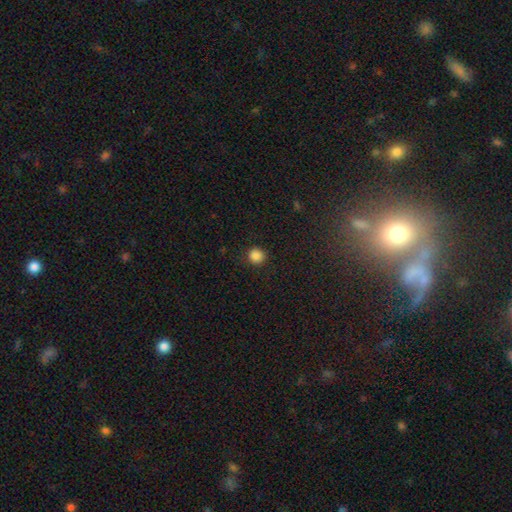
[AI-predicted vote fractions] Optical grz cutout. It shows a smooth galaxy with no disk features (86%) that is round (93%). Merging: none (90%).